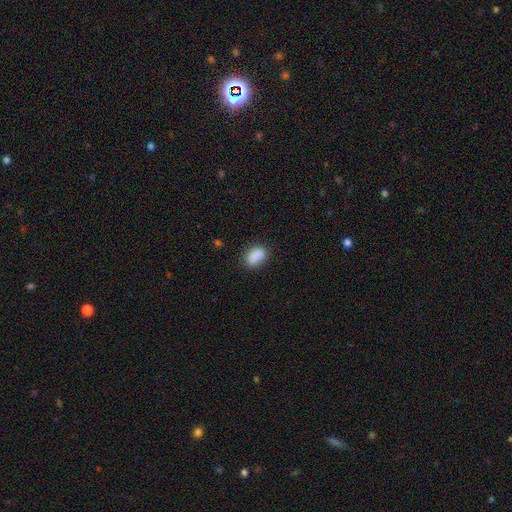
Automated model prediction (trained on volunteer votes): A smooth galaxy with no disk features (87%) that is in between round and cigar-shaped (85%). Merging: none (77%).